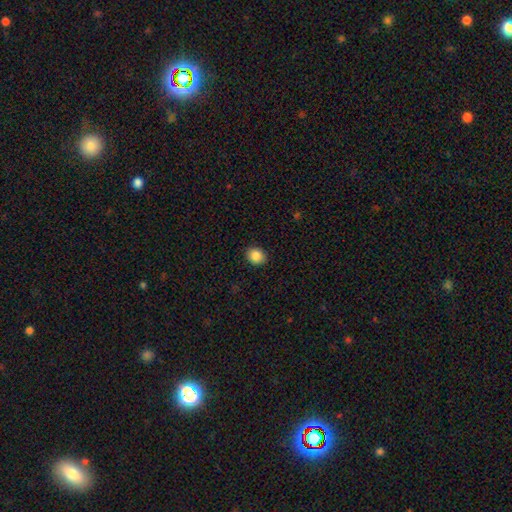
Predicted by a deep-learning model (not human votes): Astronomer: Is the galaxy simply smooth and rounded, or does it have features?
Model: smooth — 87%.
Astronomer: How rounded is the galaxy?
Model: round — 67%.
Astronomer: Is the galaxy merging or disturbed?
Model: none — 90%.